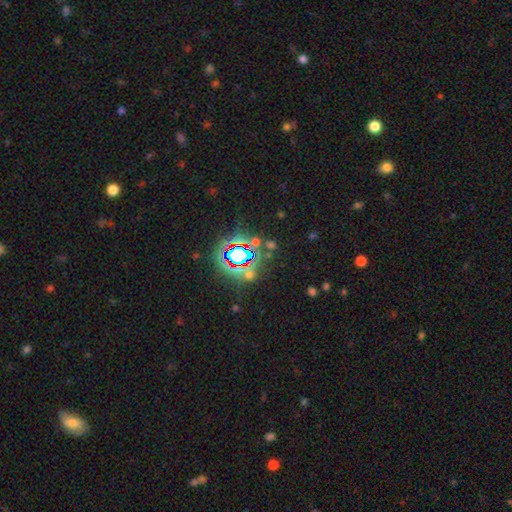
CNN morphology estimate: This appears to be a star or artifact, not a galaxy (80%).